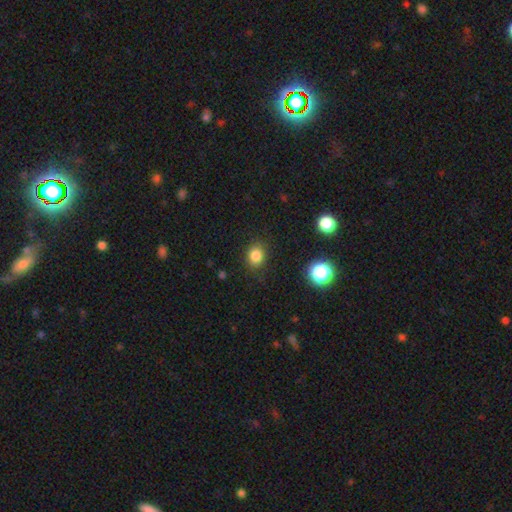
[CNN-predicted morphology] smooth 82%, star or artifact 13%, featured or disk 5%. Down the decision tree: how rounded — round (66%); merging — none (86%).